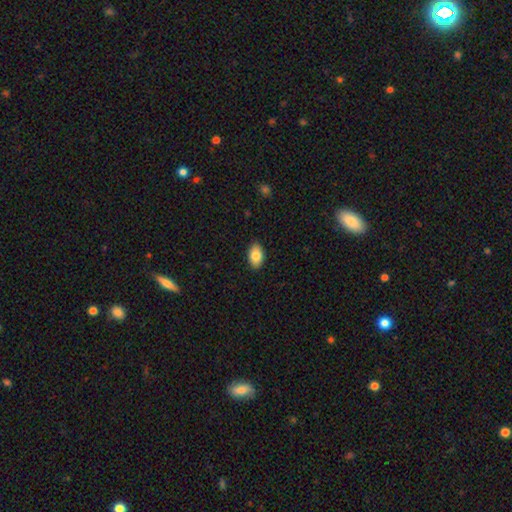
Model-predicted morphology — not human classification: Overall: smooth (83%). How rounded: in between (92%). Merging: none (90%).